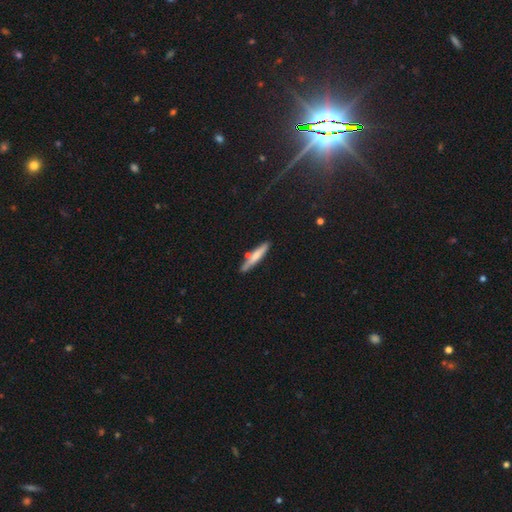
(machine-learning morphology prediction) The model was most divided on "smooth or featured": smooth: 64%, featured or disk: 29%, star or artifact: 6%. More confident: how rounded — cigar-shaped (90%); merging — none (76%).